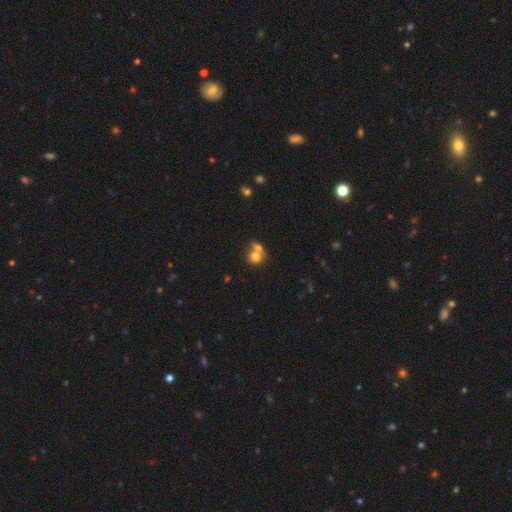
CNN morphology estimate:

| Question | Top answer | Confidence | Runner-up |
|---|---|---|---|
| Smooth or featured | smooth | 73% | featured or disk (16%) |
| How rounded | round | 78% | in between (21%) |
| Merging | merger | 54% | none (34%) |